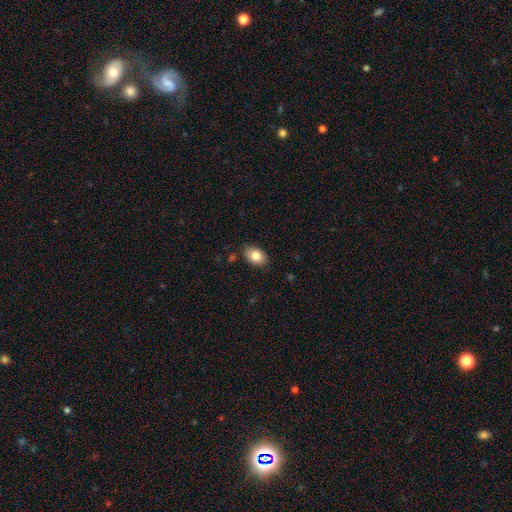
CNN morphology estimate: Q: Smooth or featured?
A: smooth (83%); runner-up: featured or disk (9%)
Q: How rounded?
A: in between (84%); runner-up: round (15%)
Q: Merging?
A: none (84%); runner-up: minor disturbance (12%)